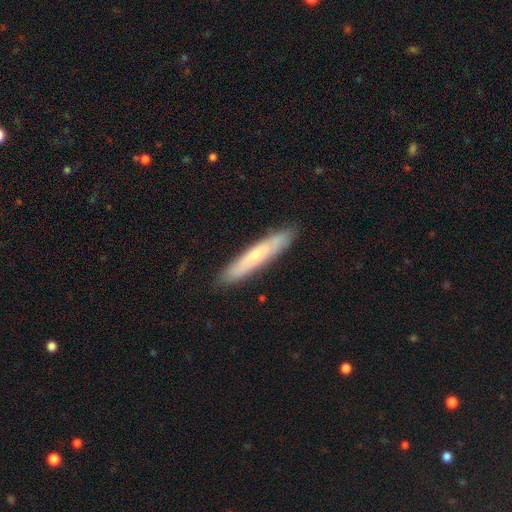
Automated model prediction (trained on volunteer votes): This is possibly a smooth galaxy (47%, tied with featured or disk). Merging: clearly none (86%).